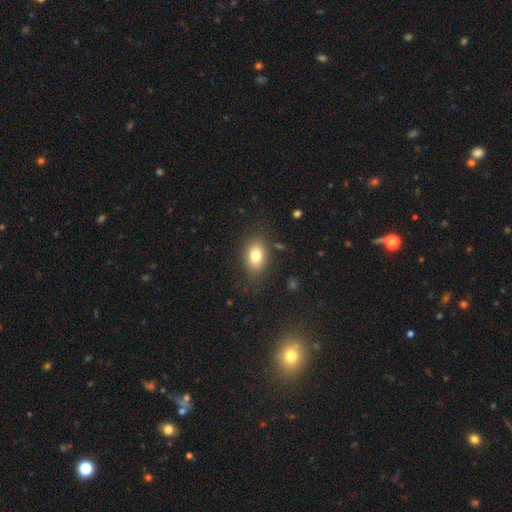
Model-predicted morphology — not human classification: A smooth galaxy with no disk features (79%) that is in between round and cigar-shaped (81%). Merging: none (82%).